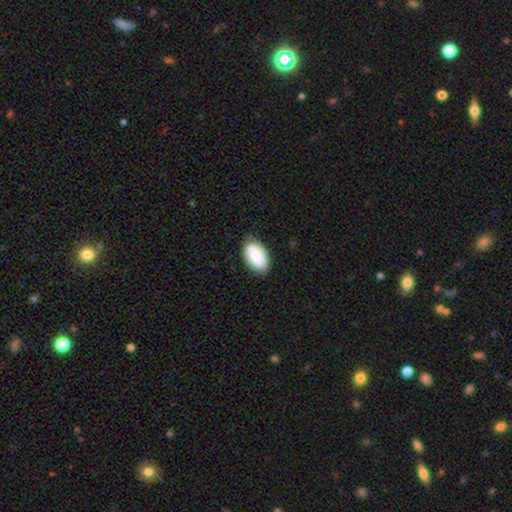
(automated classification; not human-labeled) Smooth or featured? smooth (66%)
How rounded? in between (92%)
Merging? none (79%)